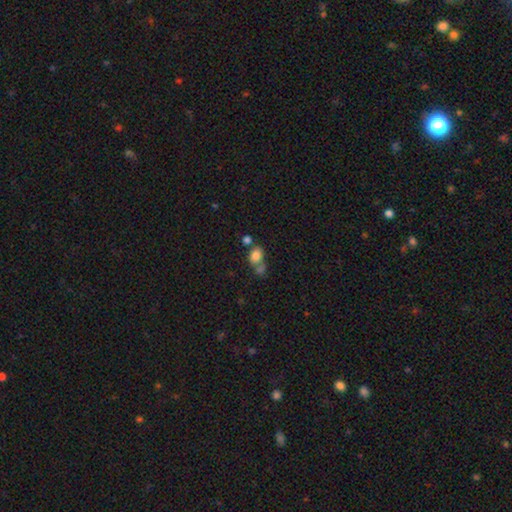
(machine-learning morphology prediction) A smooth galaxy with no disk features (80%) that is in between round and cigar-shaped (63%).

Vote fractions:
- Smooth or featured? smooth: 80% / star or artifact: 11% / featured or disk: 9%
- How rounded? in between: 63% / round: 35% / cigar-shaped: 1%
- Merging? none: 44% / merger: 39% / minor disturbance: 12% / major disturbance: 6%